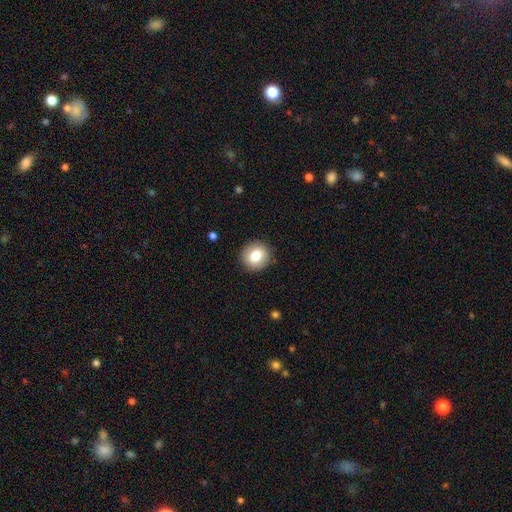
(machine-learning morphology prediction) This is likely a smooth galaxy (80%). How rounded: clearly round (87%). Merging: clearly none (90%).